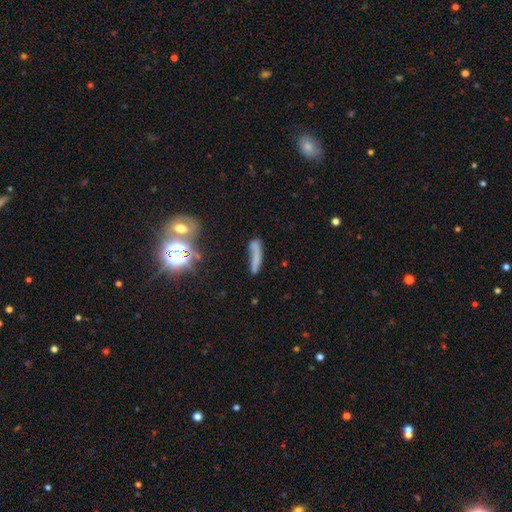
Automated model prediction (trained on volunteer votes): A smooth galaxy with no disk features (59%) that is cigar-shaped (83%). Merging: none (52%).